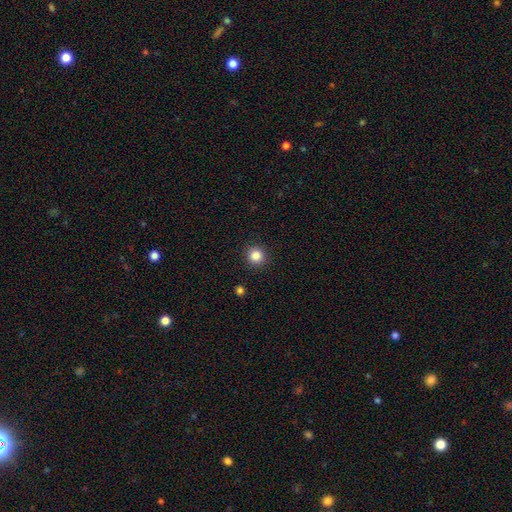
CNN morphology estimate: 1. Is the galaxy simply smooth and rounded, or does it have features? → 85% smooth, 11% star or artifact, 4% featured or disk.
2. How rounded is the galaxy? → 93% round, 6% in between, 1% cigar-shaped.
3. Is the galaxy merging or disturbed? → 91% none, 5% minor disturbance, 2% major disturbance, 1% merger.